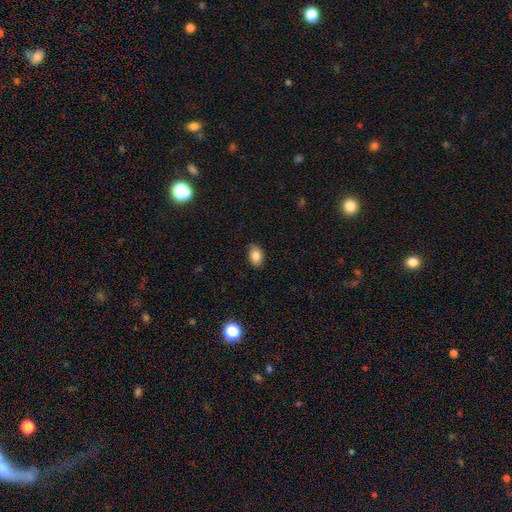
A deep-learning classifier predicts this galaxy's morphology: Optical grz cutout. It shows a smooth galaxy with no disk features (85%) that is in between round and cigar-shaped (78%). Merging: none (81%).